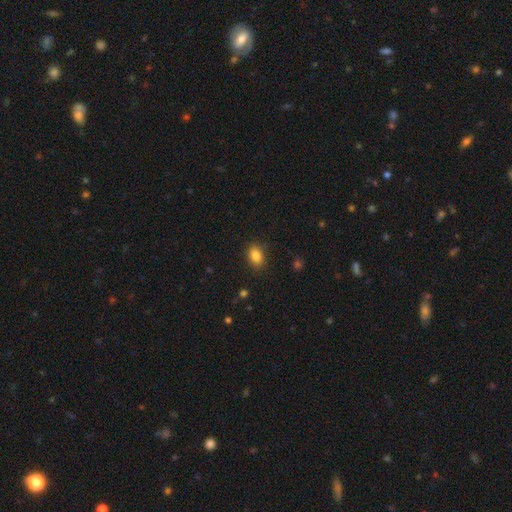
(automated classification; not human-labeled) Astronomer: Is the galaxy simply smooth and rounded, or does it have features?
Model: smooth — 85%.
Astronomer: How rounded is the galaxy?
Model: in between — 80%.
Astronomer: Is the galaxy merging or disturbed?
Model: none — 85%.